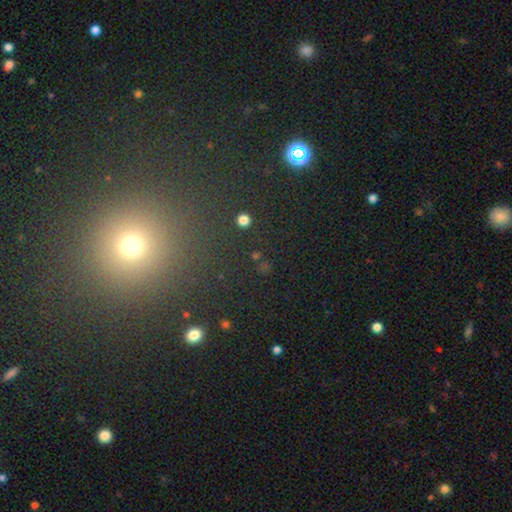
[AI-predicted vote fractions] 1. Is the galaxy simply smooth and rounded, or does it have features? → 49% star or artifact, 43% smooth, 8% featured or disk.